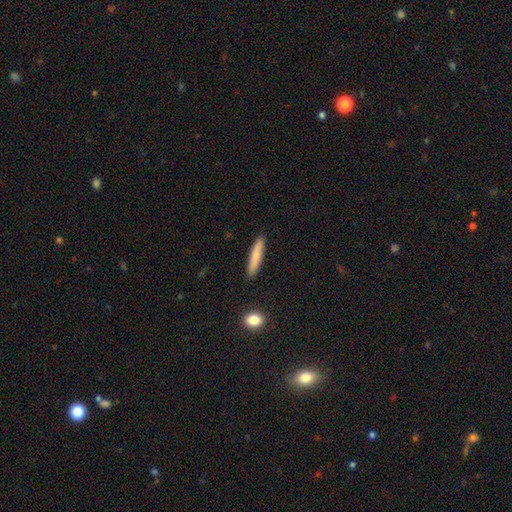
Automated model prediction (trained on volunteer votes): The model was most divided on "smooth or featured": smooth: 73%, featured or disk: 21%, star or artifact: 6%. More confident: merging — none (90%); how rounded — cigar-shaped (89%).